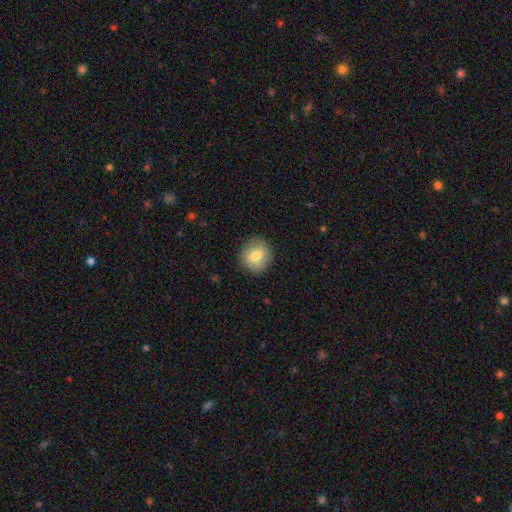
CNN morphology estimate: The model was most divided on "smooth or featured": smooth: 77%, featured or disk: 15%, star or artifact: 8%. More confident: merging — none (88%); how rounded — round (88%).